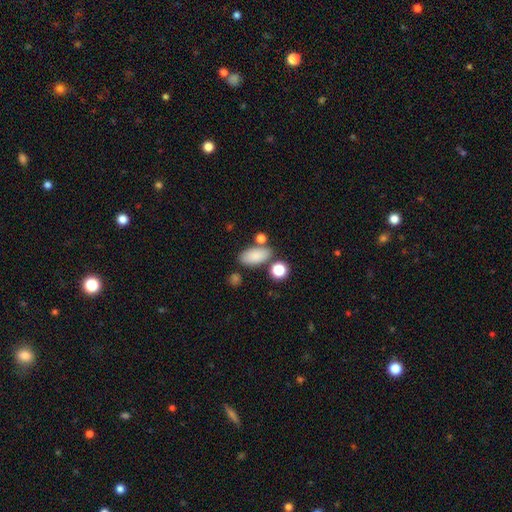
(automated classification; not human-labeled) The model was most divided on "merging": none: 72%, minor disturbance: 13%, merger: 11%, major disturbance: 4%. More confident: how rounded — in between (88%); smooth or featured — smooth (84%).